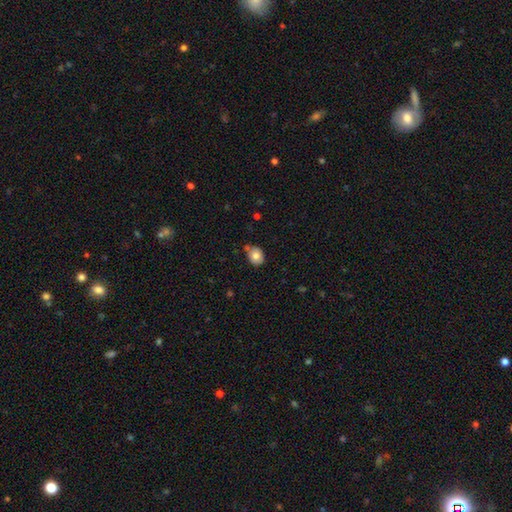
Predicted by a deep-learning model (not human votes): smooth_or_featured: smooth (p=0.77) [alt: featured or disk p=0.14]
how_rounded: round (p=0.54) [alt: in between p=0.45]
merging: none (p=0.60) [alt: minor disturbance p=0.28]